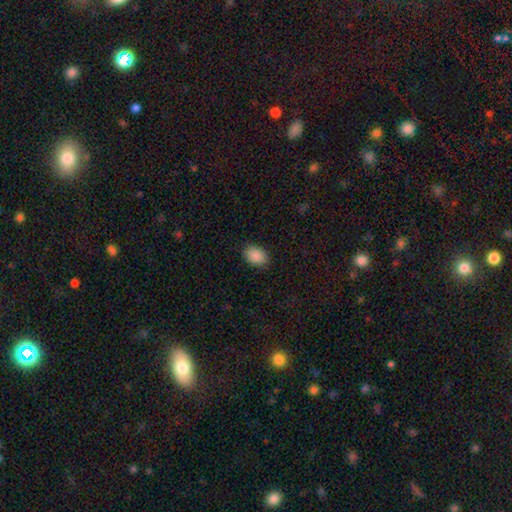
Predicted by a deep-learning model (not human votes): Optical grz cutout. It shows a smooth galaxy with no disk features (89%) that is in between round and cigar-shaped (79%). Merging: none (87%).